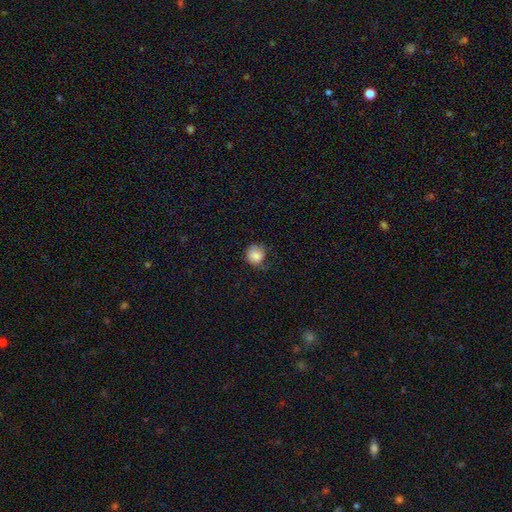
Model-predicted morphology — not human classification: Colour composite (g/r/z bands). It shows a smooth galaxy with no disk features (84%) that is round (85%). Merging: none (60%).